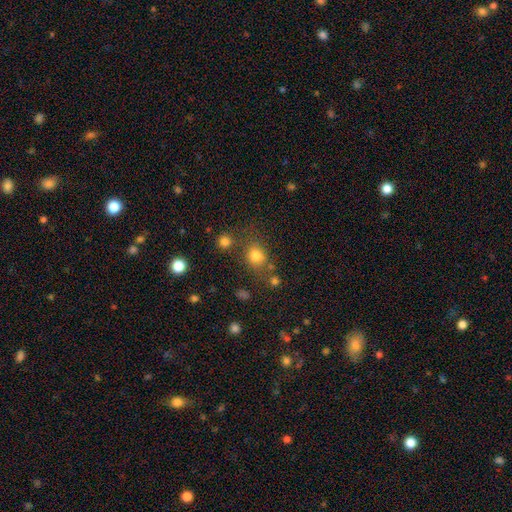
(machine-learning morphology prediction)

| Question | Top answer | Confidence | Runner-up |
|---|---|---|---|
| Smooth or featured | smooth | 77% | star or artifact (15%) |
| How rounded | round | 67% | in between (32%) |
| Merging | none | 66% | minor disturbance (15%) |